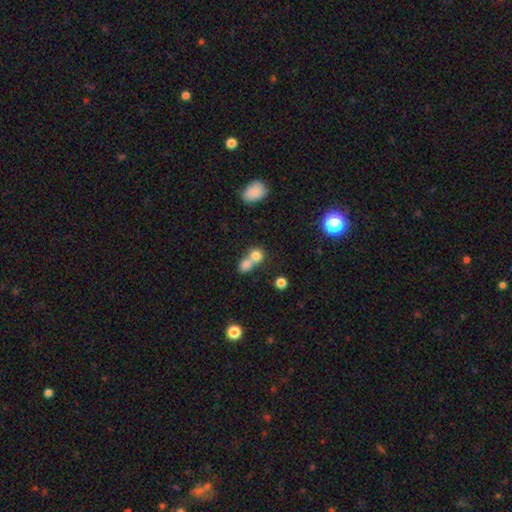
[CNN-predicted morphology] smooth-or-featured: smooth: 76% | featured or disk: 12% | star or artifact: 12%
  how-rounded: round: 74% | in between: 25% | cigar-shaped: 2%
  merging: merger: 65% | none: 27% | minor disturbance: 5% | major disturbance: 3%